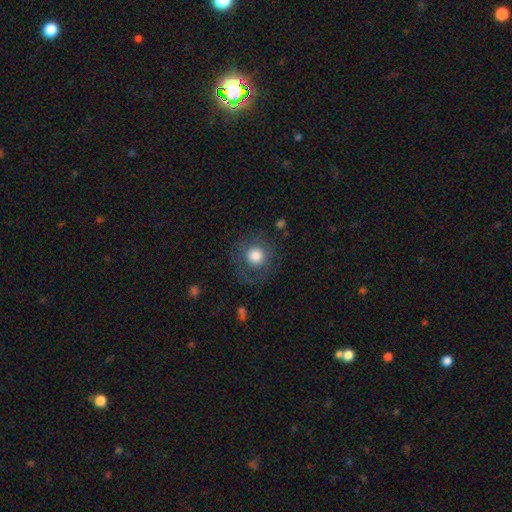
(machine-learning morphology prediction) This is likely a smooth galaxy (75%). How rounded: clearly round (93%). Merging: likely none (75%).